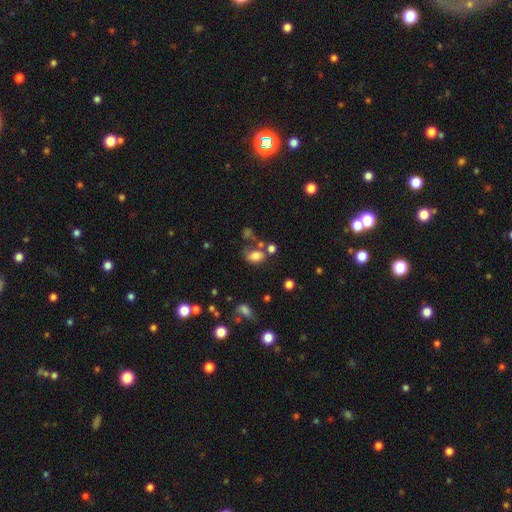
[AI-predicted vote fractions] smooth 75%, star or artifact 13%, featured or disk 12%. Down the decision tree: how rounded — in between (76%); merging — none (46%).